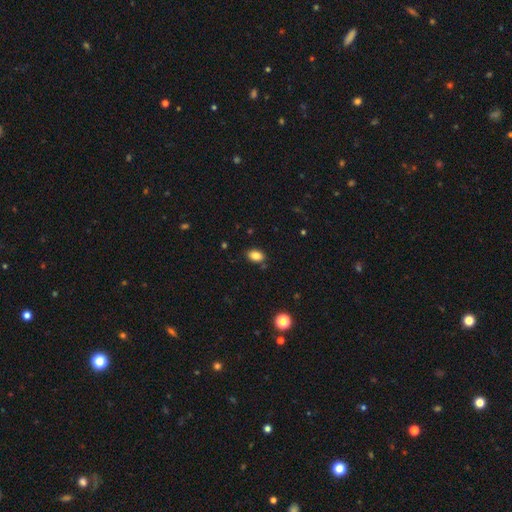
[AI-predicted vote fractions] Smooth or featured?
  - smooth: 85% *
  - star or artifact: 10%
  - featured or disk: 5%
How rounded?
  - in between: 84% *
  - round: 15%
  - cigar-shaped: 1%
Merging?
  - none: 84% *
  - minor disturbance: 11%
  - merger: 3%
  - major disturbance: 2%